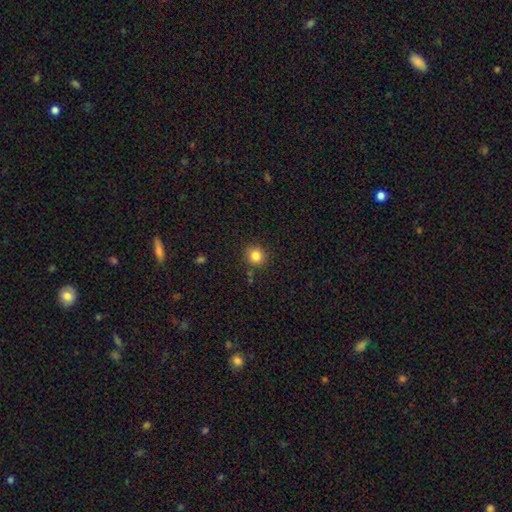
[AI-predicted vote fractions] A smooth galaxy with no disk features (84%) that is round (90%).

Vote fractions:
- Smooth or featured? smooth: 84% / star or artifact: 11% / featured or disk: 5%
- How rounded? round: 90% / in between: 9% / cigar-shaped: 1%
- Merging? none: 86% / minor disturbance: 8% / merger: 3% / major disturbance: 3%